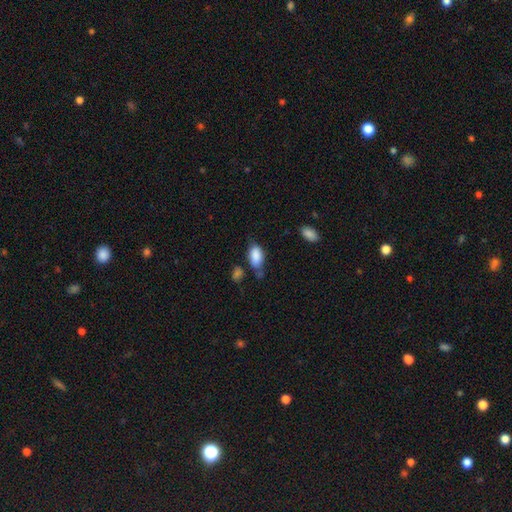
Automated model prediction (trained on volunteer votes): A smooth galaxy with no disk features (86%) that is in between round and cigar-shaped (93%). Merging: none (48%).